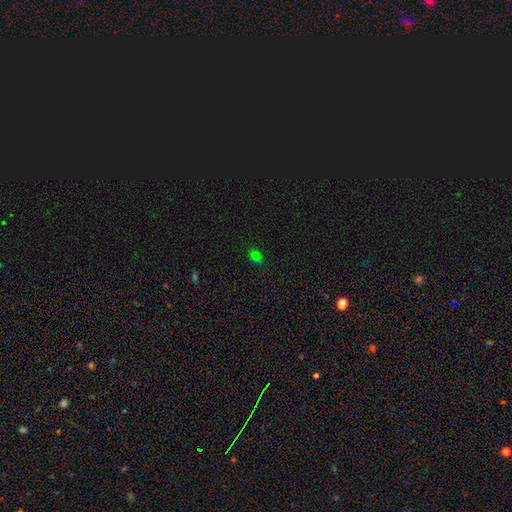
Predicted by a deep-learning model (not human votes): A smooth galaxy with no disk features (55%) that is in between round and cigar-shaped (51%). Merging: none (66%).